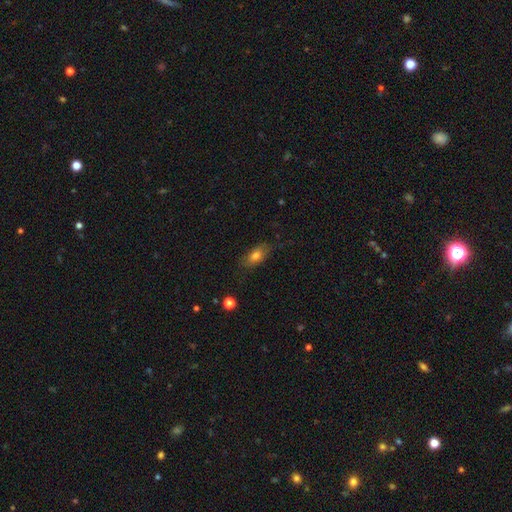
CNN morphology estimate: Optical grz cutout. It shows a smooth galaxy with no disk features (75%) that is in between round and cigar-shaped (83%). Merging: none (74%).